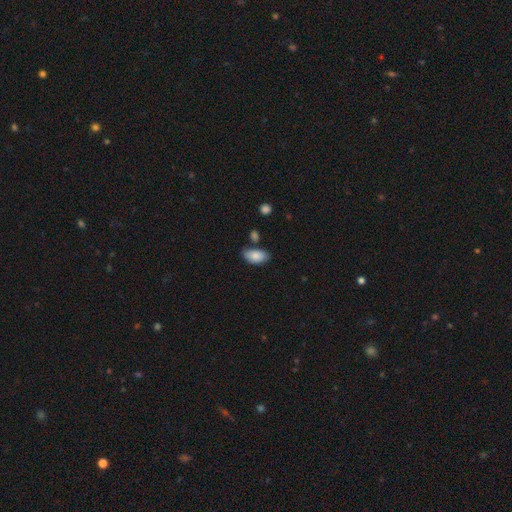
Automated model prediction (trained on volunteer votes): smooth-or-featured: smooth: 85% | featured or disk: 9% | star or artifact: 7%
  how-rounded: in between: 94% | round: 3% | cigar-shaped: 2%
  merging: none: 68% | minor disturbance: 20% | merger: 8% | major disturbance: 4%